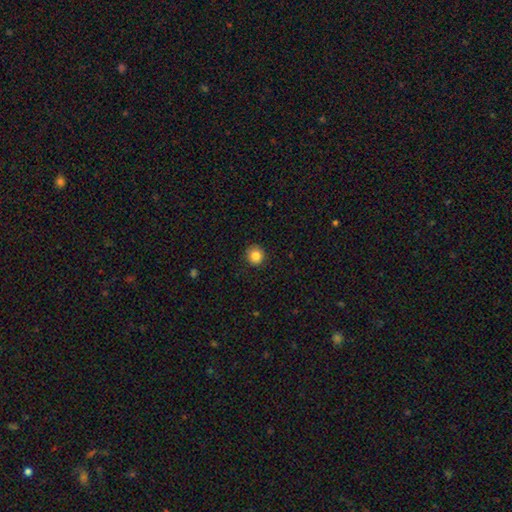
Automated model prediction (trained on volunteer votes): Q: Smooth or featured?
A: smooth (86%); runner-up: star or artifact (10%)
Q: How rounded?
A: round (93%); runner-up: in between (6%)
Q: Merging?
A: none (90%); runner-up: minor disturbance (7%)